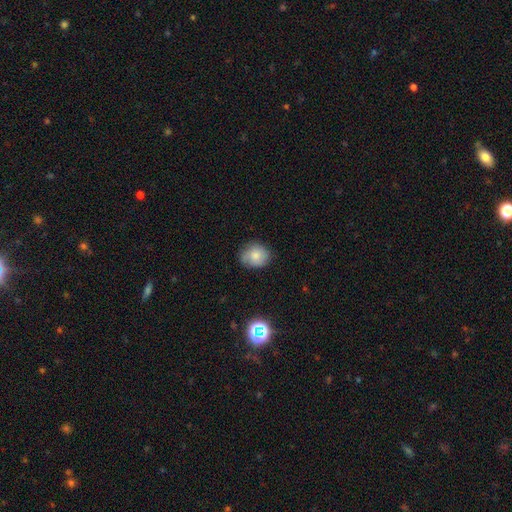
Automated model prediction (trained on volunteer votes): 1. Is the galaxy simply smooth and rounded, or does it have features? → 74% smooth, 16% featured or disk, 10% star or artifact.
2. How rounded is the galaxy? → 69% round, 30% in between, 1% cigar-shaped.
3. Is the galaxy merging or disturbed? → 72% none, 22% minor disturbance, 4% major disturbance, 1% merger.